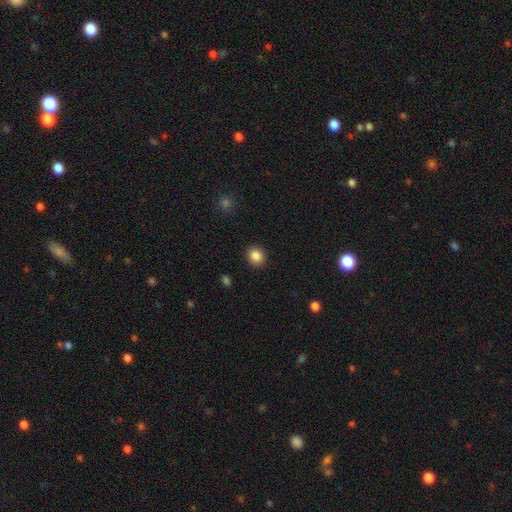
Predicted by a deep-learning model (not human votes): Smooth or featured? Predicted: smooth (p=0.87). How rounded? Predicted: round (p=0.79). Merging? Predicted: none (p=0.91).